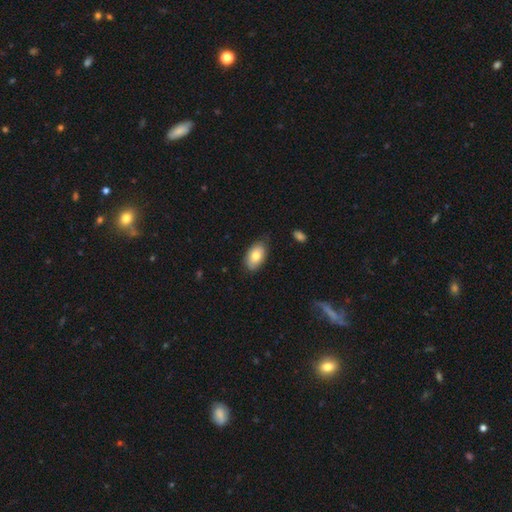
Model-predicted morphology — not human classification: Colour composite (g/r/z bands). It shows a smooth galaxy with no disk features (77%) that is in between round and cigar-shaped (93%). Merging: none (78%).